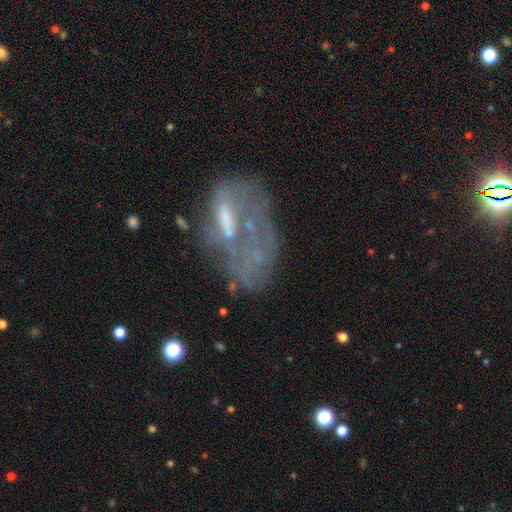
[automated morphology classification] This appears to be a featured or disk galaxy (54%) with no bar (61%), no spiral arms (72%) and no central bulge (39%). Merging: major disturbance (38%).